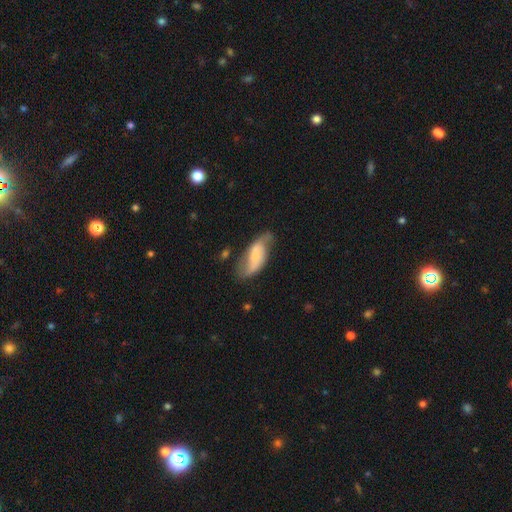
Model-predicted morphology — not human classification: Q: Smooth or featured?
A: featured or disk (57%); runner-up: smooth (36%)
Q: Edge-on disk?
A: no (92%); runner-up: yes (8%)
Q: Bar?
A: no (45%); runner-up: weak (36%)
Q: Spiral arms?
A: yes (87%); runner-up: no (13%)
Q: Bulge size?
A: small (40%); runner-up: none (26%)
Q: Merging?
A: none (57%); runner-up: minor disturbance (27%)